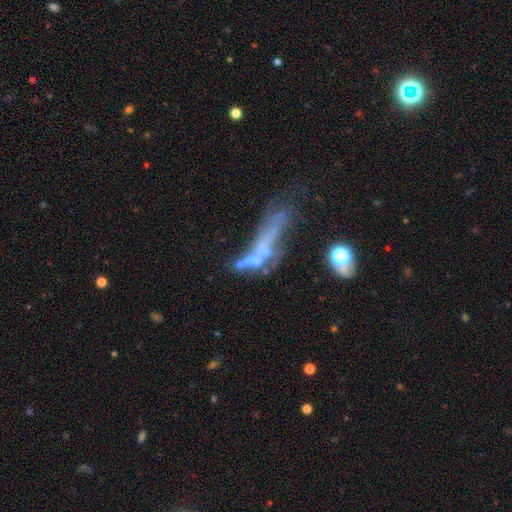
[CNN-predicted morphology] A featured or disk galaxy (53%). Merging: major disturbance (32%).